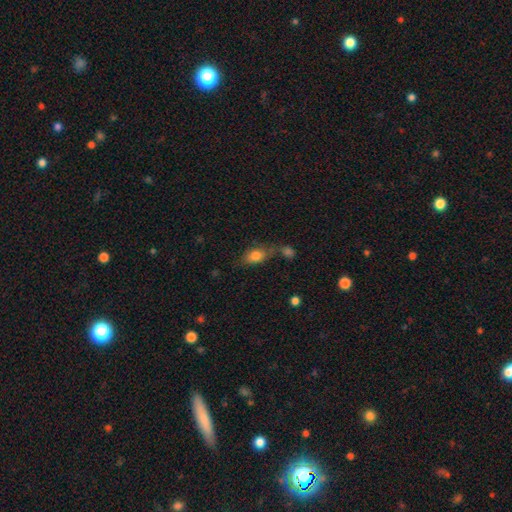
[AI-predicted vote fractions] The model was most divided on "merging": none: 53%, merger: 22%, minor disturbance: 18%, major disturbance: 7%. More confident: how rounded — in between (84%); smooth or featured — smooth (79%).